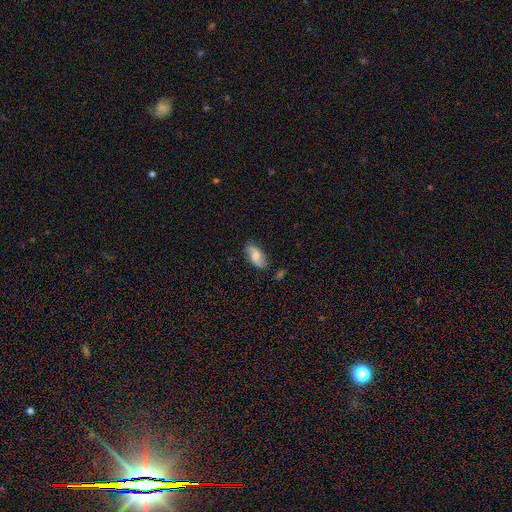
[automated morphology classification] Smooth or featured? Predicted: smooth (p=0.49). Merging? Predicted: none (p=0.74).